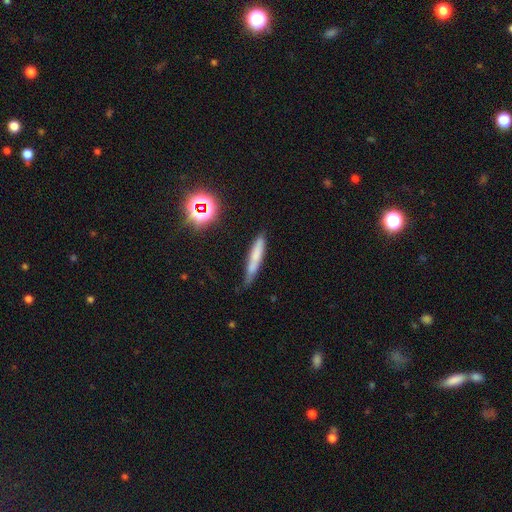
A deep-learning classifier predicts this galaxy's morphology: This is likely a smooth galaxy (62%). How rounded: clearly cigar-shaped (90%). Merging: likely none (66%).